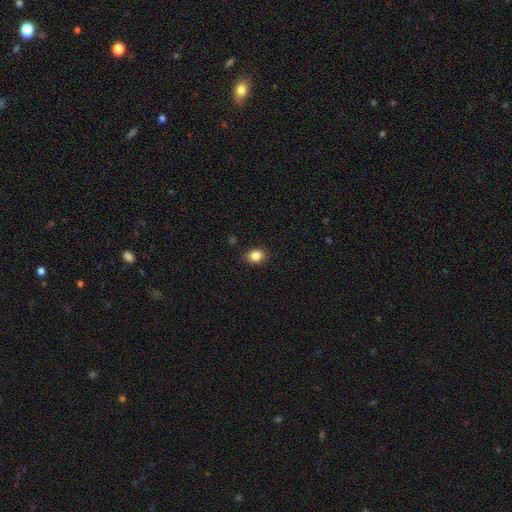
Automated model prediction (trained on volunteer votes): Morphology: type=smooth (85%); roundness=round (53%); merging=none (84%).